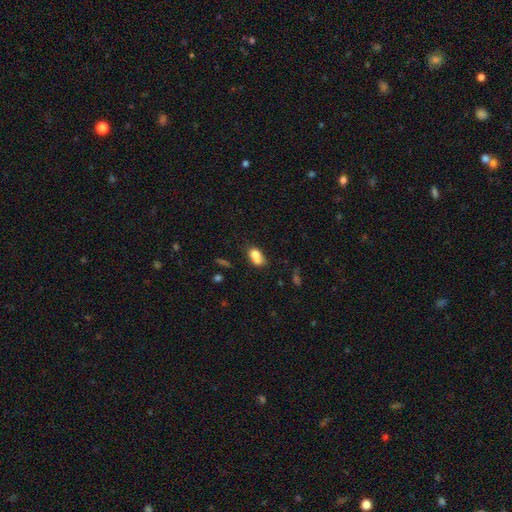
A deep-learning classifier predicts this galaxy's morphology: smooth_or_featured: smooth (p=0.71) [alt: featured or disk p=0.18]
how_rounded: in between (p=0.68) [alt: round p=0.29]
merging: merger (p=0.50) [alt: none p=0.28]